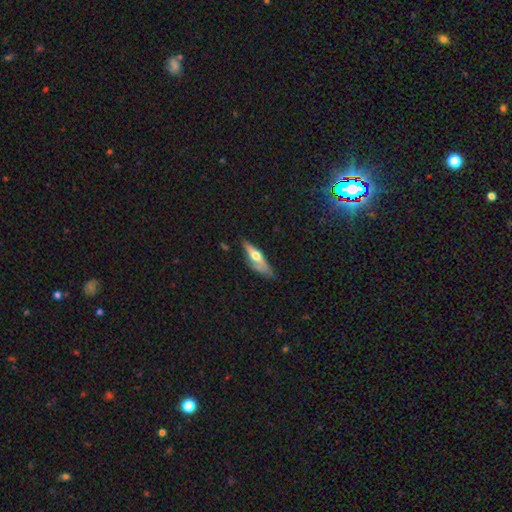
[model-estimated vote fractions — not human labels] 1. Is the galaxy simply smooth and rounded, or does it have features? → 51% featured or disk, 43% smooth, 6% star or artifact.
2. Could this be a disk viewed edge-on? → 83% yes, 17% no.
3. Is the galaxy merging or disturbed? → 61% none, 27% minor disturbance, 9% major disturbance, 3% merger.